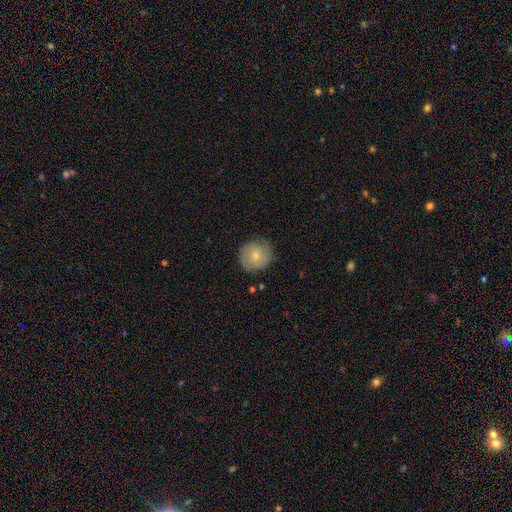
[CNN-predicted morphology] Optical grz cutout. It shows a smooth galaxy with no disk features (61%) that is round (91%). Merging: none (81%).